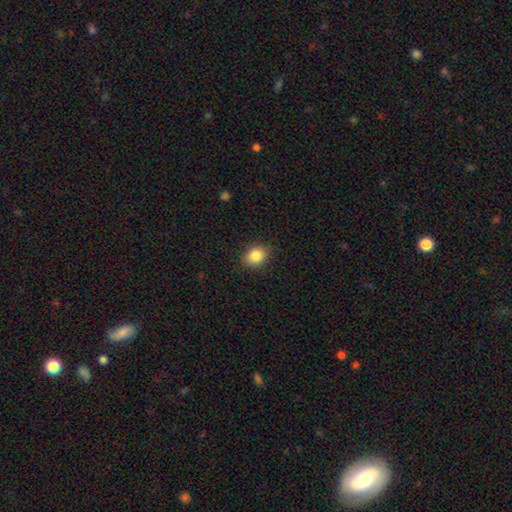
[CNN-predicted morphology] smooth_or_featured: smooth (p=0.85) [alt: star or artifact p=0.09]
how_rounded: in between (p=0.50) [alt: round p=0.49]
merging: none (p=0.87) [alt: minor disturbance p=0.10]